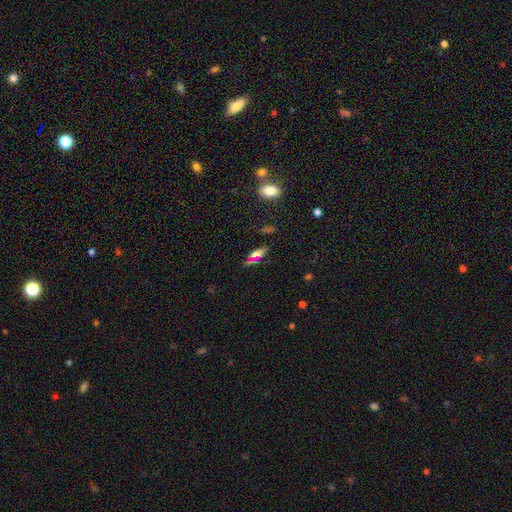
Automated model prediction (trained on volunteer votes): smooth_or_featured: smooth (p=0.51) [alt: featured or disk p=0.30]
how_rounded: in between (p=0.59) [alt: cigar-shaped p=0.35]
merging: none (p=0.79) [alt: minor disturbance p=0.12]